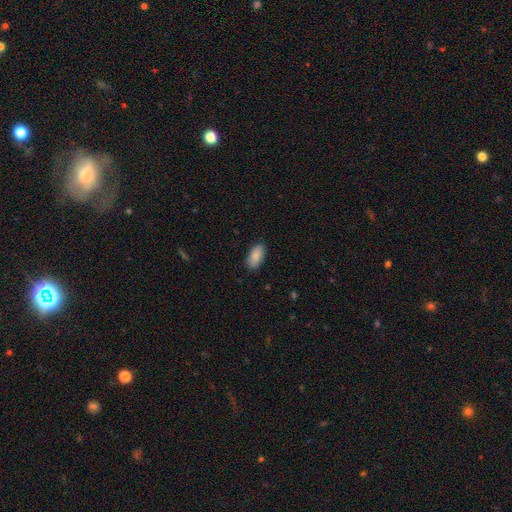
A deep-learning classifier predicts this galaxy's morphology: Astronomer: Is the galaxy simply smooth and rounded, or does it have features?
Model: smooth — 89%.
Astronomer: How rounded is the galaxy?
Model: in between — 92%.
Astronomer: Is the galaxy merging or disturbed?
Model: none — 87%.